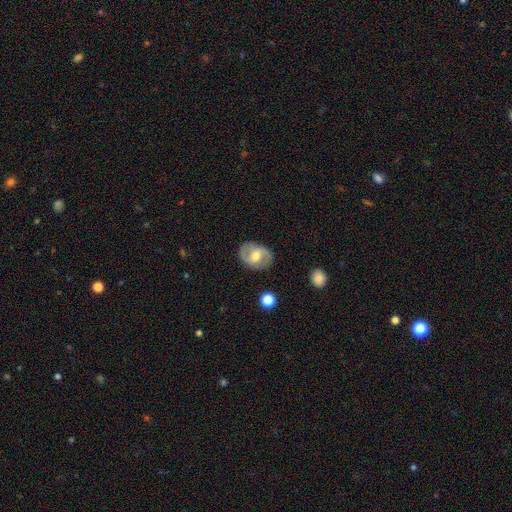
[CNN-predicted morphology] smooth_or_featured: featured or disk (p=0.70) [alt: smooth p=0.24]
disk_edge_on: no (p=0.97) [alt: yes p=0.03]
bar: weak (p=0.47) [alt: no p=0.32]
has_spiral_arms: yes (p=0.84) [alt: no p=0.16]
spiral_winding: medium (p=0.49) [alt: loose p=0.25]
spiral_arm_count: 2 (p=0.89) [alt: can't tell p=0.06]
bulge_size: moderate (p=0.70) [alt: small p=0.23]
merging: none (p=0.82) [alt: minor disturbance p=0.13]